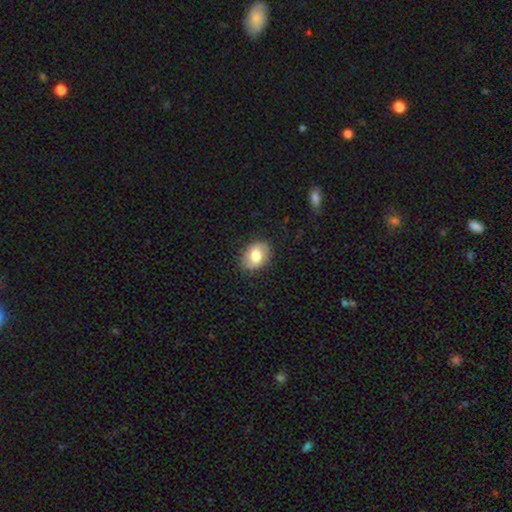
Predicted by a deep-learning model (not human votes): smooth 79%, featured or disk 14%, star or artifact 7%. Down the decision tree: how rounded — in between (75%); merging — none (83%).